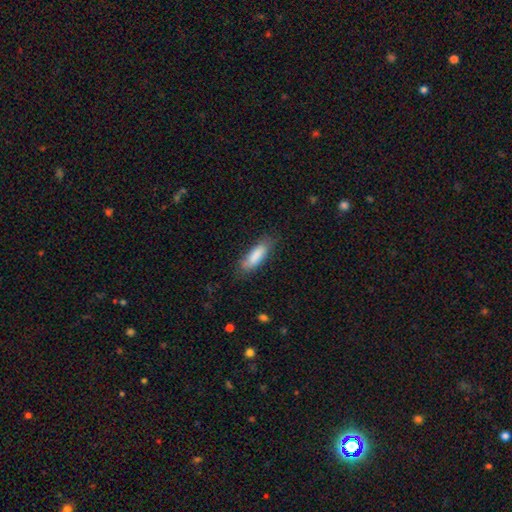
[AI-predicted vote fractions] This appears to be a smooth galaxy with no disk features (85%) that is in between round and cigar-shaped (57%). Merging: none (73%).